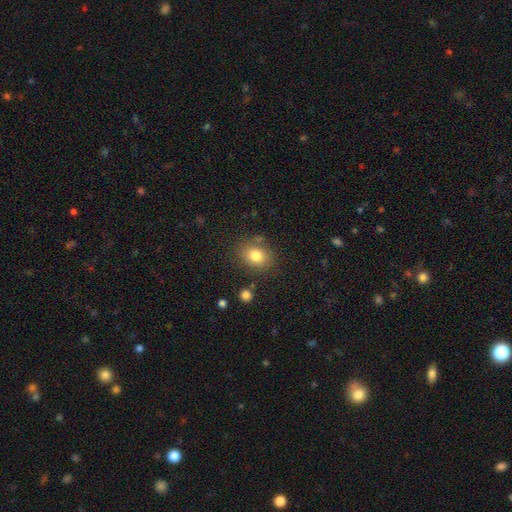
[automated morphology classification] A smooth galaxy with no disk features (81%) that is round (50%).

Vote fractions:
- Smooth or featured? smooth: 81% / star or artifact: 11% / featured or disk: 9%
- How rounded? round: 50% / in between: 49% / cigar-shaped: 1%
- Merging? none: 78% / minor disturbance: 12% / merger: 5% / major disturbance: 4%